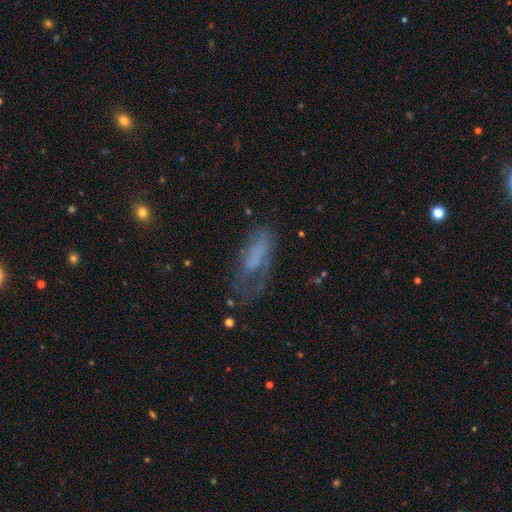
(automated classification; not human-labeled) A smooth galaxy with no disk features (46%). Merging: major disturbance (37%).